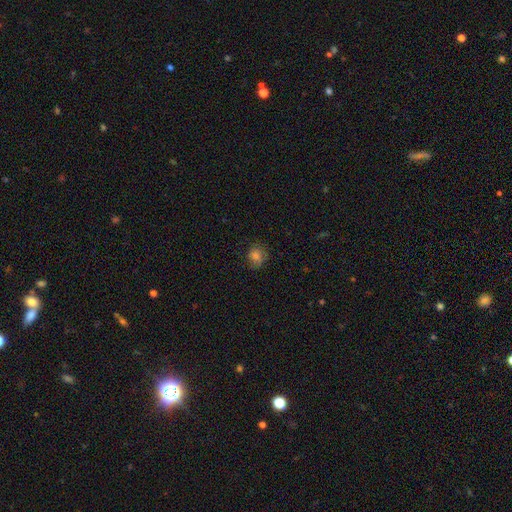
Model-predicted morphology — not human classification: smooth 73%, star or artifact 15%, featured or disk 12%. Down the decision tree: how rounded — round (75%); merging — none (73%).